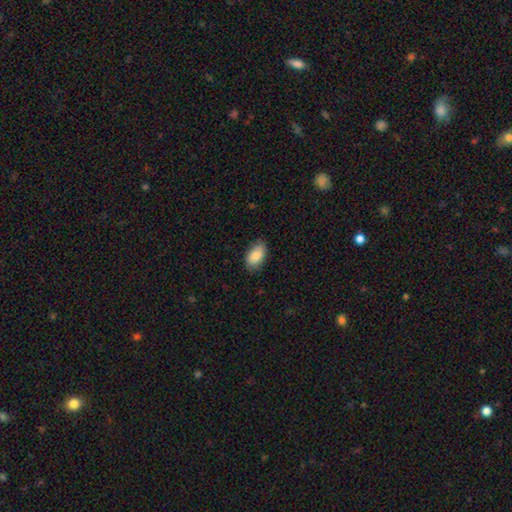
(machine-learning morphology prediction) Q: Smooth or featured?
A: smooth (84%); runner-up: featured or disk (10%)
Q: How rounded?
A: in between (93%); runner-up: round (4%)
Q: Merging?
A: none (80%); runner-up: minor disturbance (17%)